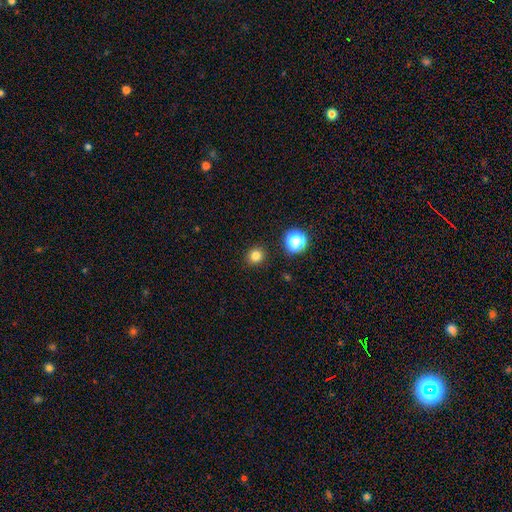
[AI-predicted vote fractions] Overall: smooth (80%). How rounded: round (86%). Merging: none (90%).